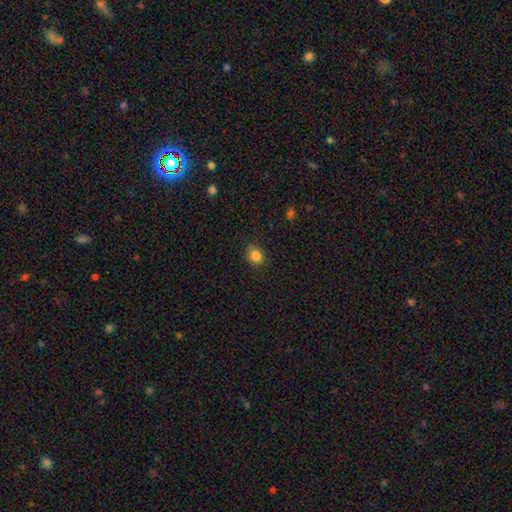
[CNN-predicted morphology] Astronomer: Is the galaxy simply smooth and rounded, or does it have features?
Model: smooth — 84%.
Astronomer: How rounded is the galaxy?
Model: round — 52% (runner-up: in between, 47%).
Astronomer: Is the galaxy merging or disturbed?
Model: none — 79%.